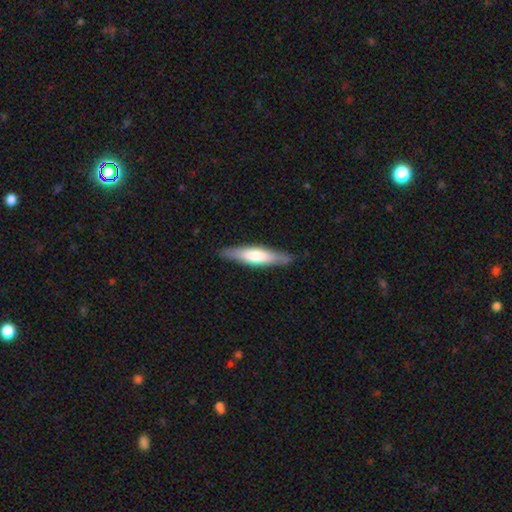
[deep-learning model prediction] Morphology: type=smooth (54%); roundness=cigar-shaped (78%); merging=none (86%).